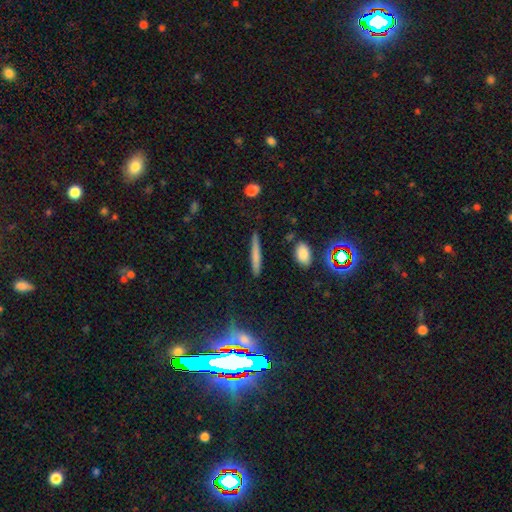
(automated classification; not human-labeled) Smooth or featured? smooth (67%)
How rounded? cigar-shaped (93%)
Merging? none (85%)